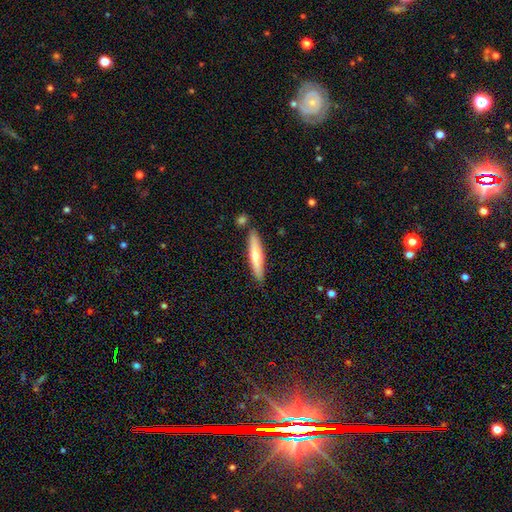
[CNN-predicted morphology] A smooth galaxy with no disk features (60%) that is cigar-shaped (88%). Merging: none (83%).